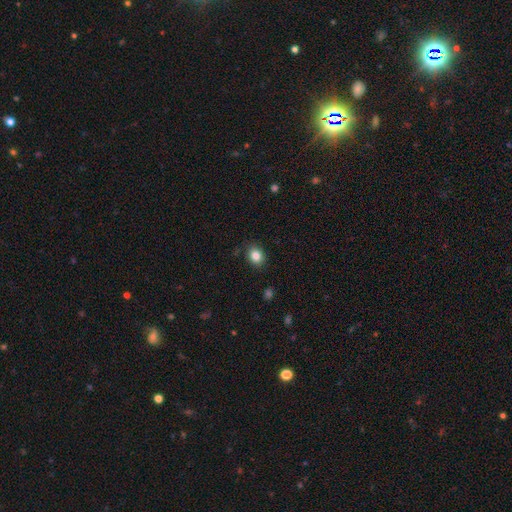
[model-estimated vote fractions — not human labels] Smooth or featured?
  - smooth: 84% *
  - star or artifact: 10%
  - featured or disk: 6%
How rounded?
  - round: 53% *
  - in between: 46%
  - cigar-shaped: 1%
Merging?
  - none: 87% *
  - minor disturbance: 10%
  - major disturbance: 2%
  - merger: 1%